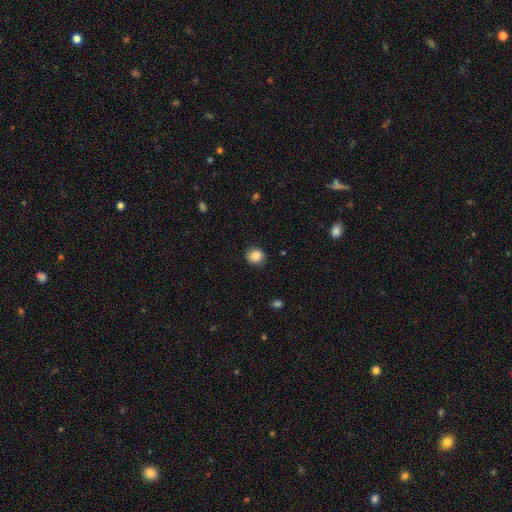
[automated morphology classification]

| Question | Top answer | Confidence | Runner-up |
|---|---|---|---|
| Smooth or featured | smooth | 87% | star or artifact (9%) |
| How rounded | round | 86% | in between (13%) |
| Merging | none | 88% | minor disturbance (9%) |